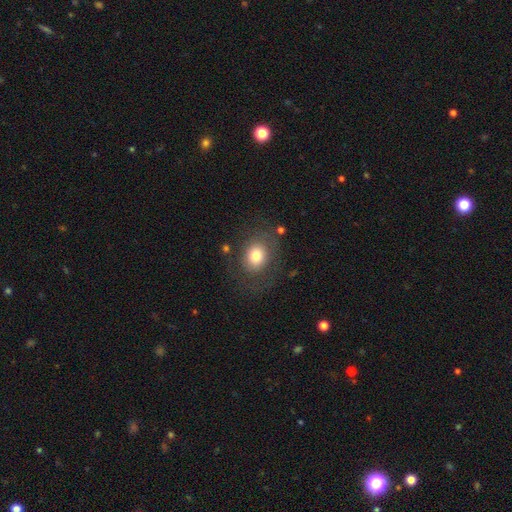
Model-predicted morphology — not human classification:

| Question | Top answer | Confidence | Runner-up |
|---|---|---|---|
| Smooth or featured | smooth | 73% | featured or disk (17%) |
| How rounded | round | 52% | in between (47%) |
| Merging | none | 70% | minor disturbance (16%) |